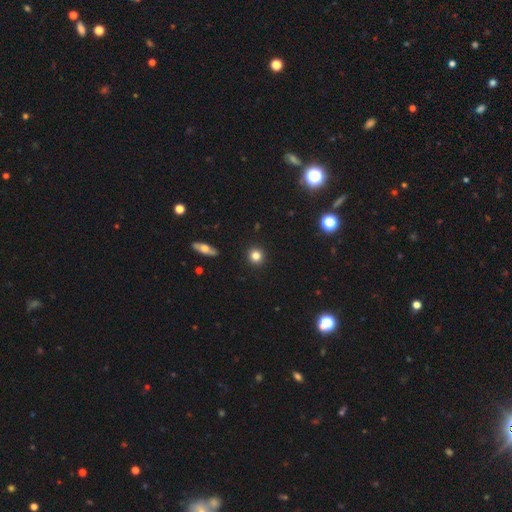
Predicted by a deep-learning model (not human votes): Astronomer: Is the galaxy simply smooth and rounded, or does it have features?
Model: smooth — 83%.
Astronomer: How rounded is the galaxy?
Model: round — 93%.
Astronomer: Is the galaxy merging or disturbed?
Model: none — 93%.